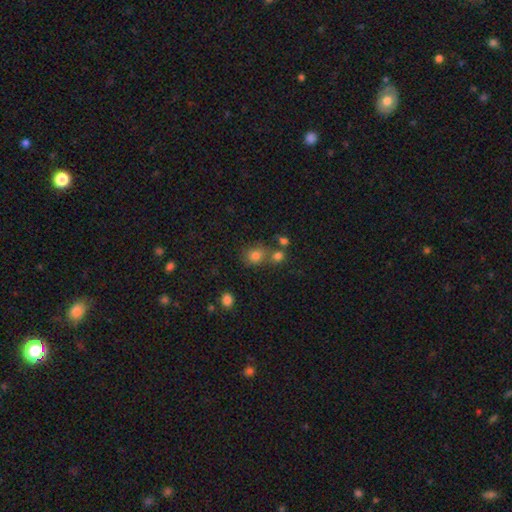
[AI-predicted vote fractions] smooth_or_featured: smooth (p=0.78) [alt: star or artifact p=0.14]
how_rounded: round (p=0.70) [alt: in between p=0.29]
merging: none (p=0.59) [alt: merger p=0.23]